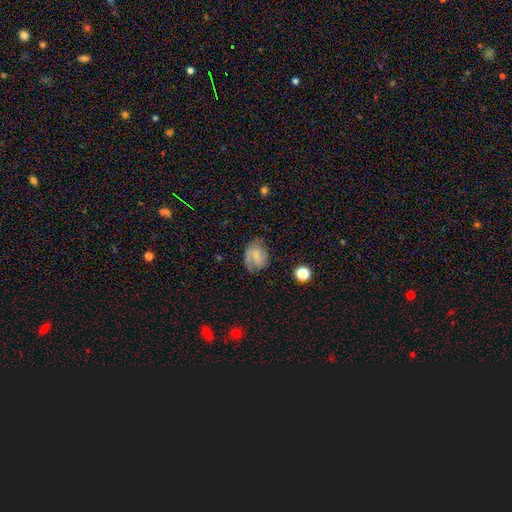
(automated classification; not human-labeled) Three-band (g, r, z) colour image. It shows a smooth galaxy with no disk features (47%). Merging: none (56%).